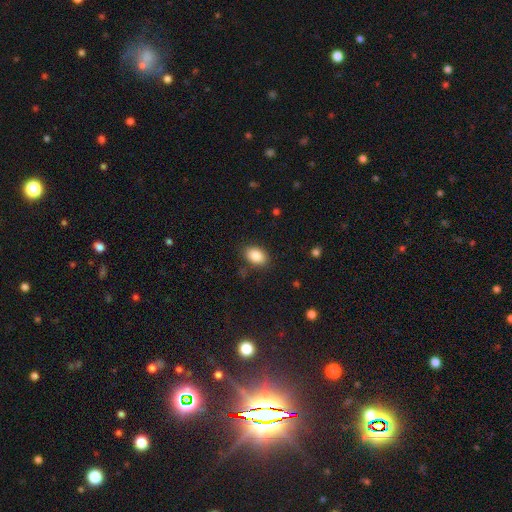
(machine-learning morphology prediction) Smooth or featured? smooth (87%)
How rounded? in between (87%)
Merging? none (84%)